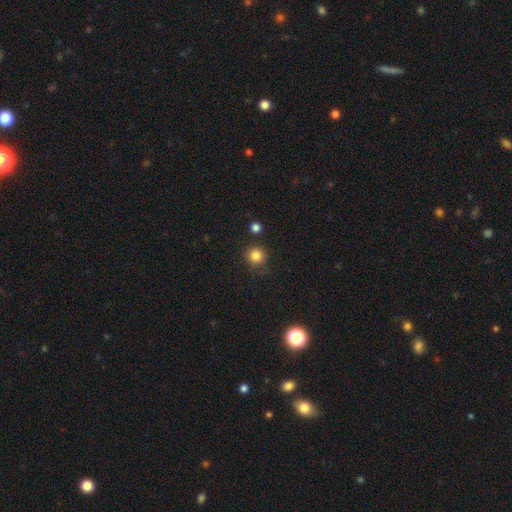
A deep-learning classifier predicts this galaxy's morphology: type=smooth (83%); roundness=round (93%); merging=none (80%).